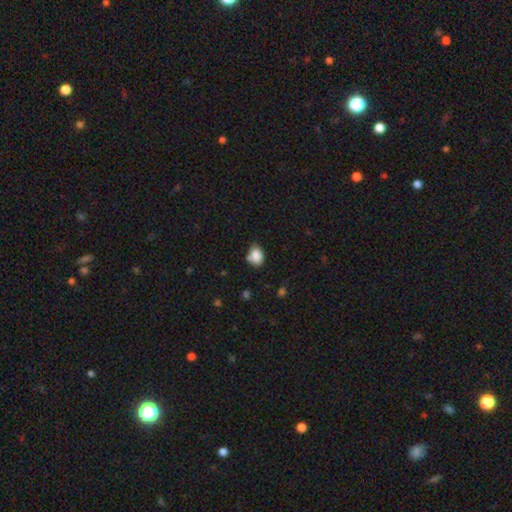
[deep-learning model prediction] Smooth or featured? Predicted: smooth (p=0.84). How rounded? Predicted: in between (p=0.60). Merging? Predicted: none (p=0.57).